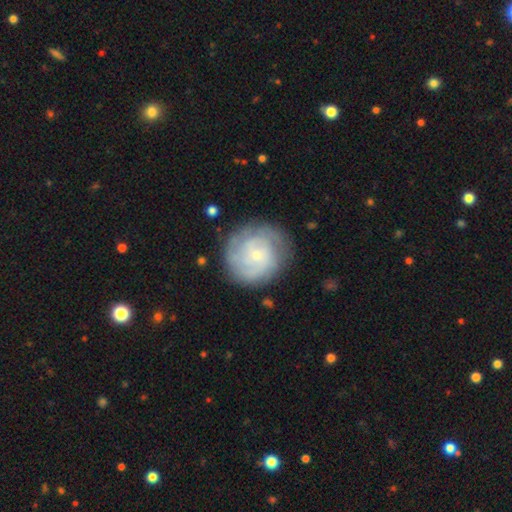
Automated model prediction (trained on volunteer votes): Overall: featured or disk (67%). Edge-on disk: no (98%). Bar: no (76%). Spiral arms: yes (88%). Spiral arm count: can't tell (40%; 2 21%). Spiral winding: tight (63%; medium 28%). Bulge size: small (80%). Merging: none (79%).